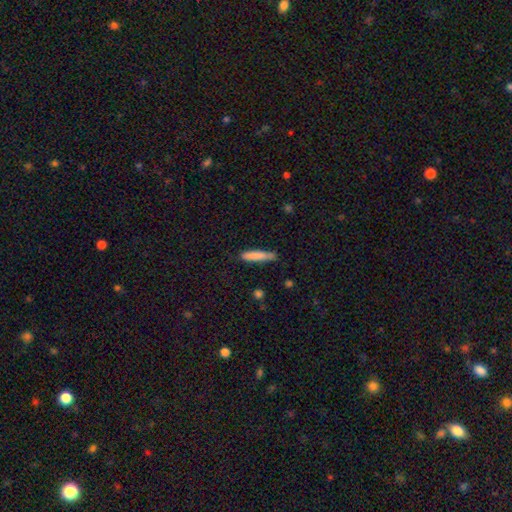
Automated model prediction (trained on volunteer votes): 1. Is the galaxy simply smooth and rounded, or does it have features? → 81% smooth, 12% featured or disk, 6% star or artifact.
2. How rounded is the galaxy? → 89% cigar-shaped, 9% in between, 1% round.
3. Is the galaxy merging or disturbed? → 75% none, 19% minor disturbance, 3% major disturbance, 2% merger.